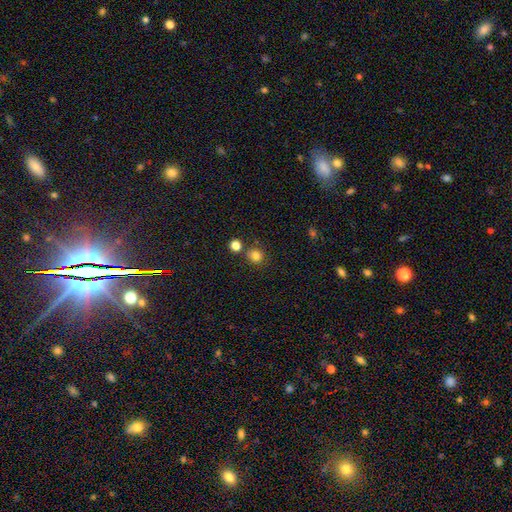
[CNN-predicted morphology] Overall: smooth (80%). How rounded: round (87%). Merging: none (74%).